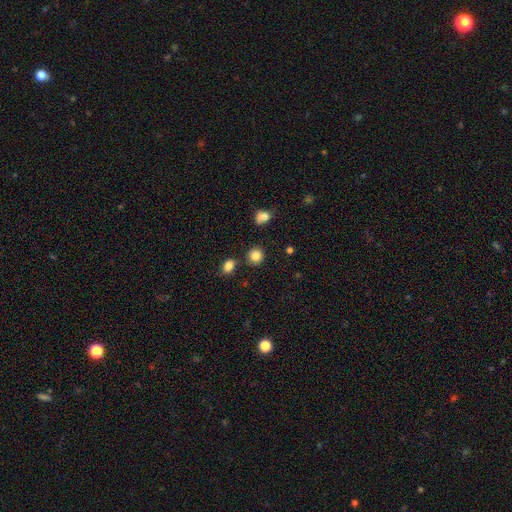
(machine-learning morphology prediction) The model was most divided on "smooth or featured": smooth: 84%, star or artifact: 11%, featured or disk: 5%. More confident: how rounded — round (89%); merging — none (83%).